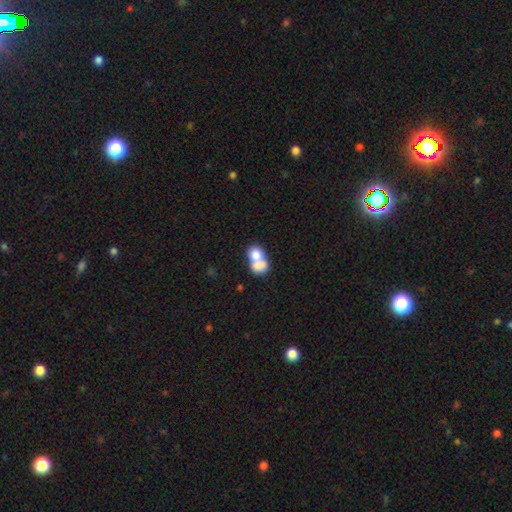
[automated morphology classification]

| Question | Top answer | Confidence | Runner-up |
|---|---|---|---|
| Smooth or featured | smooth | 75% | featured or disk (18%) |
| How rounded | in between | 50% | round (49%) |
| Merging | merger | 76% | none (16%) |